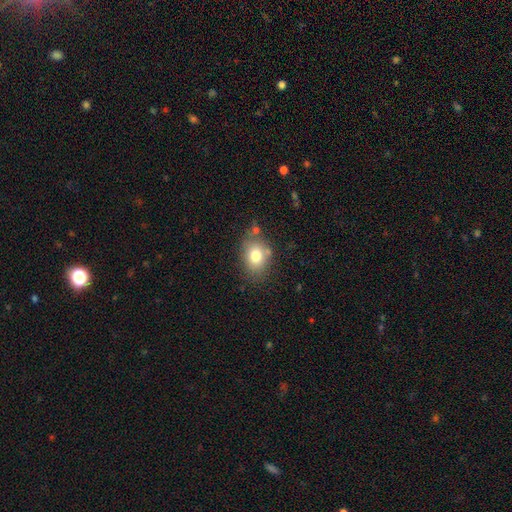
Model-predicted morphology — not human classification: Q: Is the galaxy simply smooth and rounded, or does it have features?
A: smooth — 77%.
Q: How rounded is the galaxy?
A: in between — 62%.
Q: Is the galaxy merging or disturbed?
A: none — 69%.